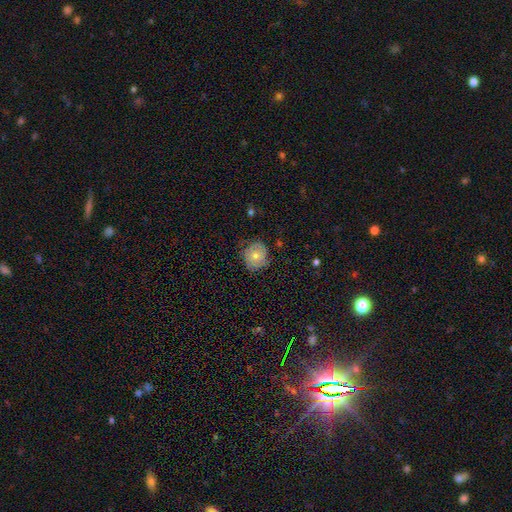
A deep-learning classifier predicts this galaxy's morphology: This appears to be a smooth galaxy with no disk features (50%). Merging: none (71%).